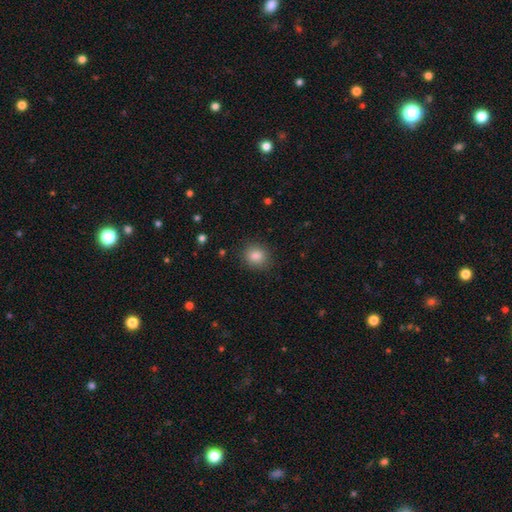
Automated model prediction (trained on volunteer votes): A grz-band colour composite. It shows a smooth galaxy with no disk features (85%) that is round (74%). Merging: none (86%).